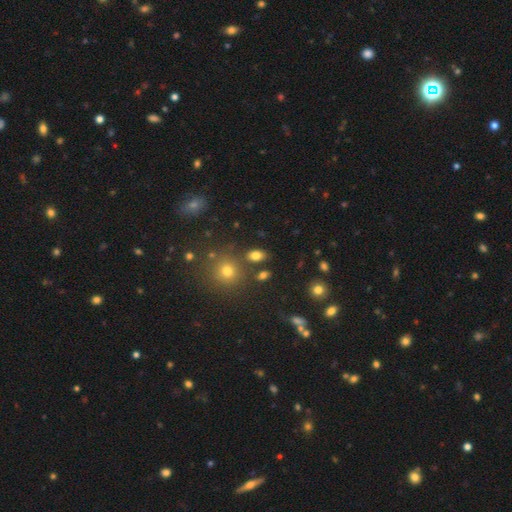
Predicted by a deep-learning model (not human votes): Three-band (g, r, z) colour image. It shows a smooth galaxy with no disk features (78%) that is in between round and cigar-shaped (83%). Merging: none (79%).